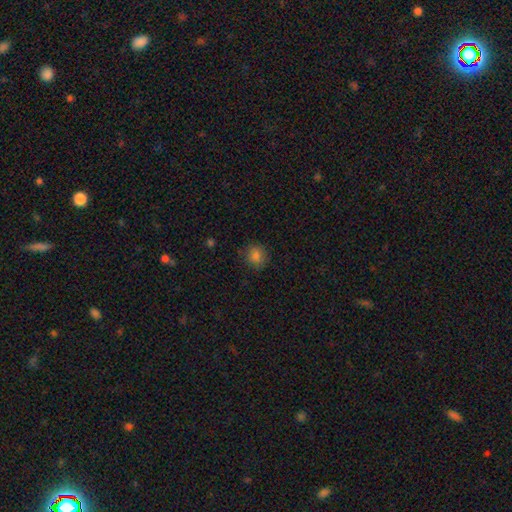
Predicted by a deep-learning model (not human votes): Q: Smooth or featured?
A: smooth (83%); runner-up: star or artifact (12%)
Q: How rounded?
A: round (84%); runner-up: in between (15%)
Q: Merging?
A: none (87%); runner-up: minor disturbance (10%)